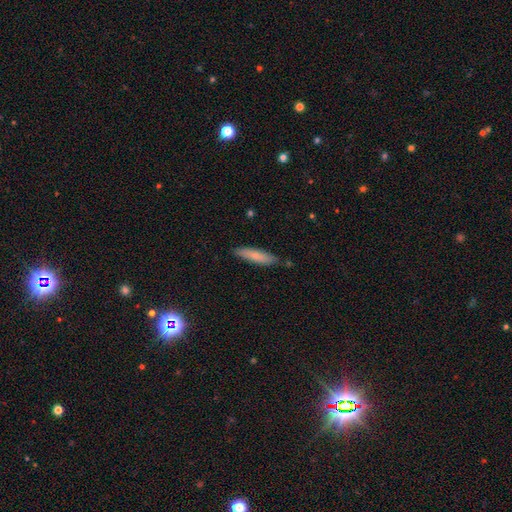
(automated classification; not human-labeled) The model was most divided on "how rounded": cigar-shaped: 80%, in between: 19%, round: 1%. More confident: merging — none (85%); smooth or featured — smooth (78%).